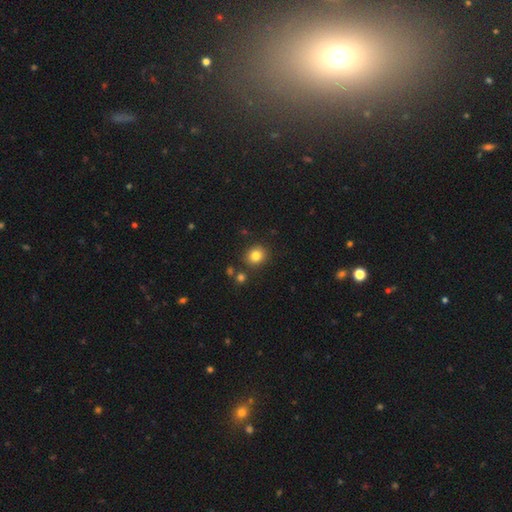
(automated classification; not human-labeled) smooth-or-featured: smooth: 82% | star or artifact: 12% | featured or disk: 7%
  how-rounded: round: 78% | in between: 22% | cigar-shaped: 1%
  merging: none: 84% | minor disturbance: 8% | merger: 5% | major disturbance: 2%